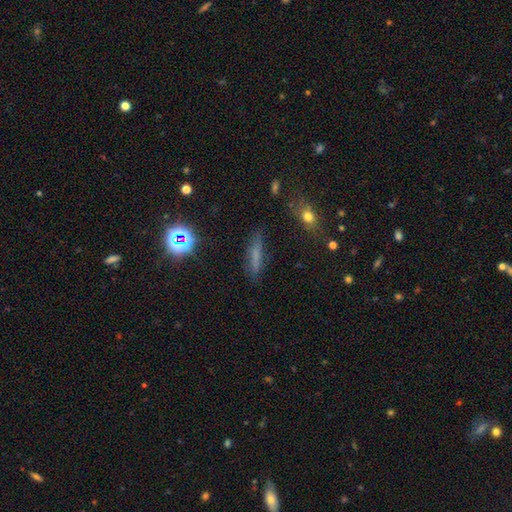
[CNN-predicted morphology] Smooth or featured?
  - smooth: 58% *
  - featured or disk: 21%
  - star or artifact: 21%
How rounded?
  - cigar-shaped: 79% *
  - in between: 17%
  - round: 5%
Merging?
  - none: 77% *
  - minor disturbance: 15%
  - major disturbance: 5%
  - merger: 3%